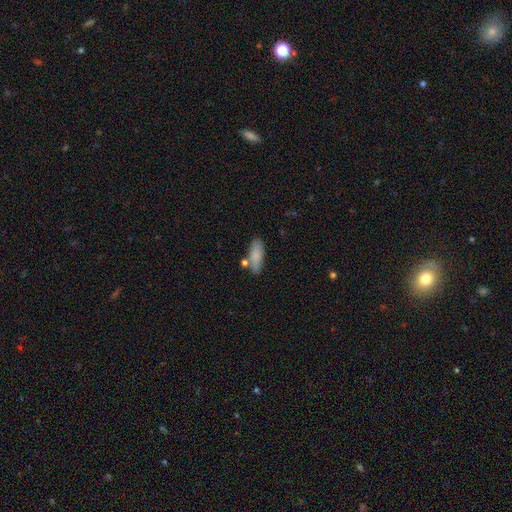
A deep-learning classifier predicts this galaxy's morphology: Smooth or featured: smooth — 83% (featured or disk — 11%)
How rounded: in between — 71% (cigar-shaped — 26%)
Merging: none — 68% (minor disturbance — 17%)